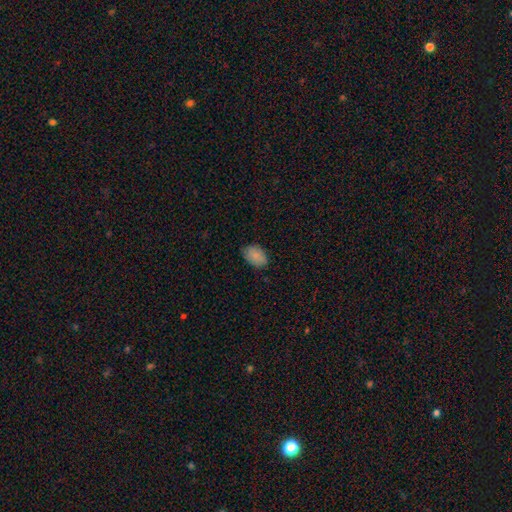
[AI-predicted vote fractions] A smooth galaxy with no disk features (86%) that is in between round and cigar-shaped (86%). Merging: none (80%).